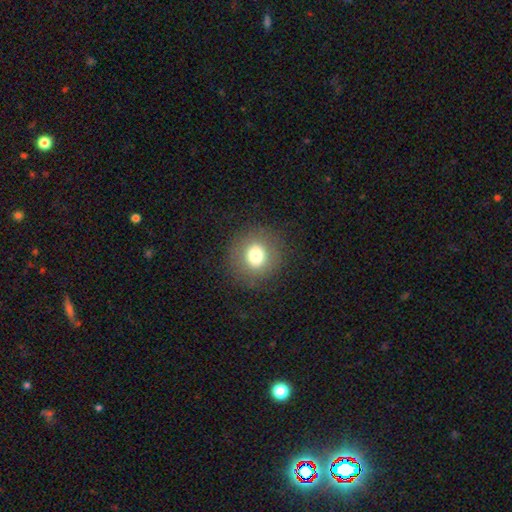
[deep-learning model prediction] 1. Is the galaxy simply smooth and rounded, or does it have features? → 74% smooth, 14% featured or disk, 12% star or artifact.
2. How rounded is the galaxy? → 90% round, 9% in between, 1% cigar-shaped.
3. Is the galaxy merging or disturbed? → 86% none, 8% minor disturbance, 5% major disturbance, 1% merger.